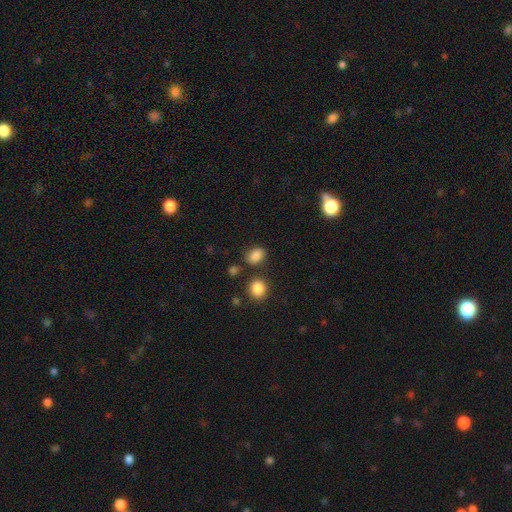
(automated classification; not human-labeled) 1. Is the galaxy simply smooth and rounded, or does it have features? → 85% smooth, 11% star or artifact, 5% featured or disk.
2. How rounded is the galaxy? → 69% in between, 29% round, 1% cigar-shaped.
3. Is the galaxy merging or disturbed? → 74% none, 14% minor disturbance, 8% merger, 4% major disturbance.